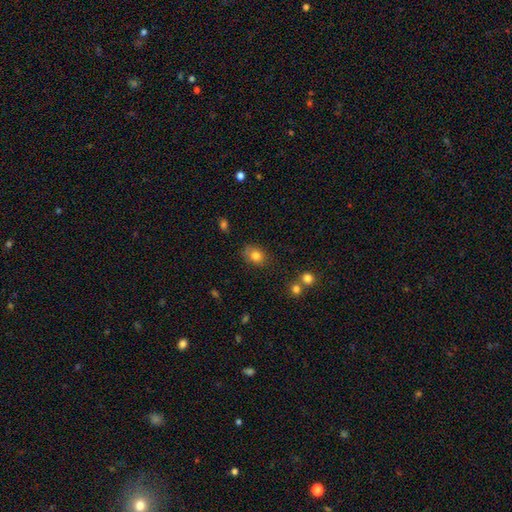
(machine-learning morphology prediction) A smooth galaxy with no disk features (81%) that is in between round and cigar-shaped (57%). Merging: none (69%).